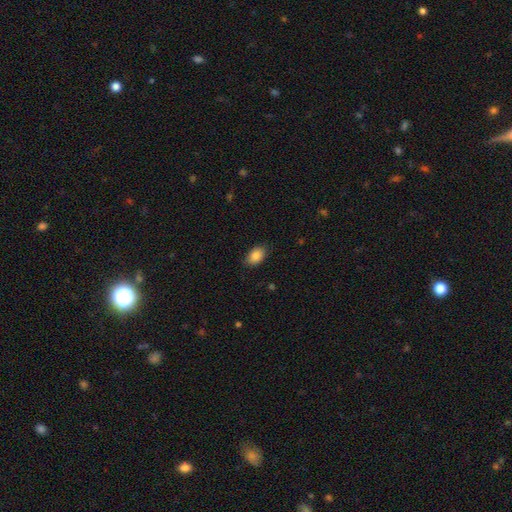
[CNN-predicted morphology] smooth 87%, star or artifact 8%, featured or disk 6%. Down the decision tree: how rounded — in between (86%); merging — none (84%).